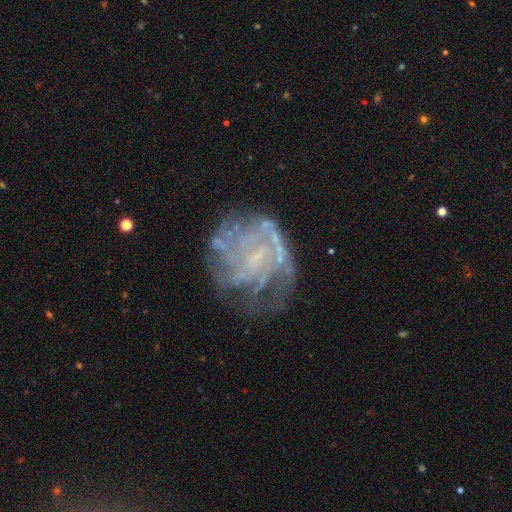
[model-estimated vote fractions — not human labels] Overall: featured or disk (75%). Edge-on disk: no (98%). Bar: no (67%). Spiral arms: yes (57%; no 43%). Bulge size: none (59%; small 28%). Merging: none (54%; major disturbance 24%).